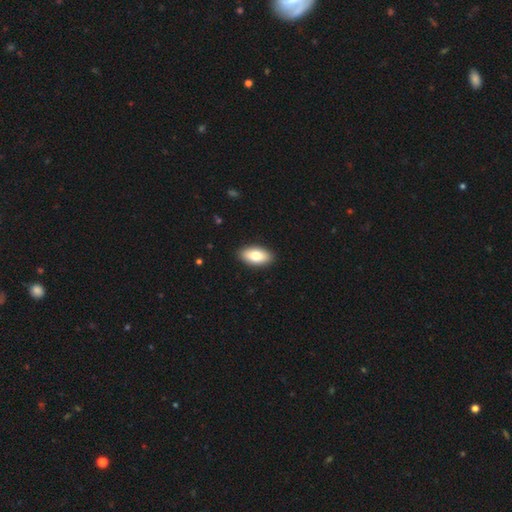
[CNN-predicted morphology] This appears to be a smooth galaxy with no disk features (79%) that is in between round and cigar-shaped (93%). Merging: none (90%).